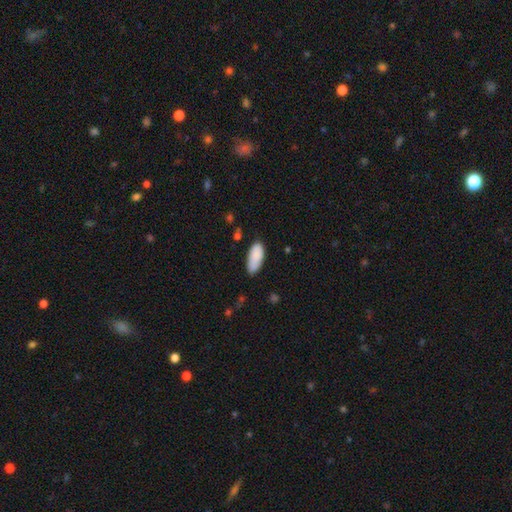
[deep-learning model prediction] A smooth galaxy with no disk features (88%) that is in between round and cigar-shaped (87%). Merging: none (71%).